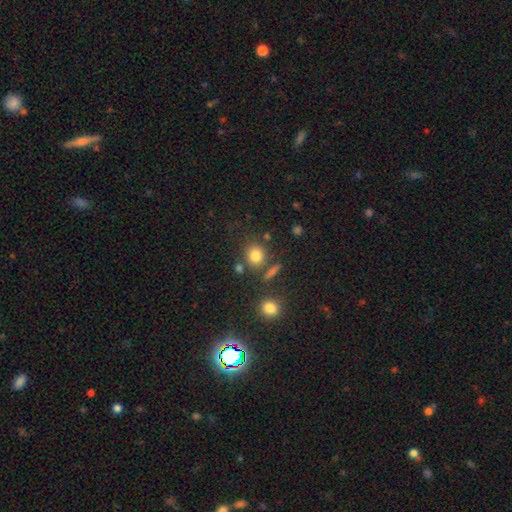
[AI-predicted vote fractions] A smooth galaxy with no disk features (80%) that is round (77%).

Vote fractions:
- Smooth or featured? smooth: 80% / star or artifact: 13% / featured or disk: 7%
- How rounded? round: 77% / in between: 21% / cigar-shaped: 2%
- Merging? none: 73% / merger: 11% / minor disturbance: 11% / major disturbance: 5%